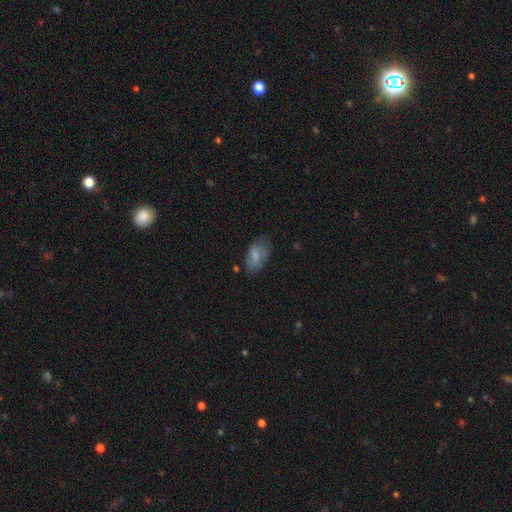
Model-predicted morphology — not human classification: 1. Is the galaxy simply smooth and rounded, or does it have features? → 74% smooth, 18% featured or disk, 7% star or artifact.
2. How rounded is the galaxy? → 93% in between, 5% round, 3% cigar-shaped.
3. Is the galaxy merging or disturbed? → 64% none, 25% minor disturbance, 8% major disturbance, 3% merger.